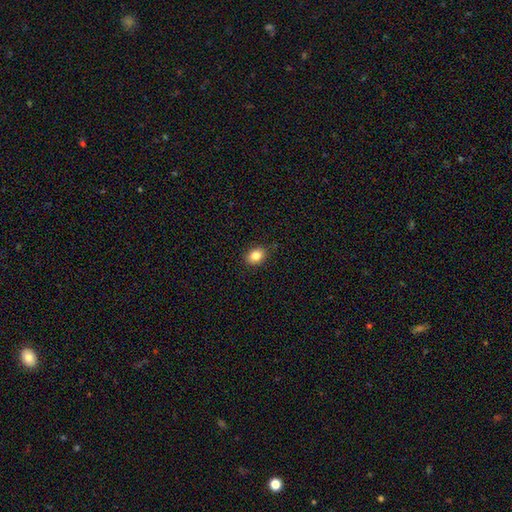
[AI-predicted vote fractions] Smooth or featured? Predicted: smooth (p=0.84). How rounded? Predicted: in between (p=0.57). Merging? Predicted: none (p=0.86).